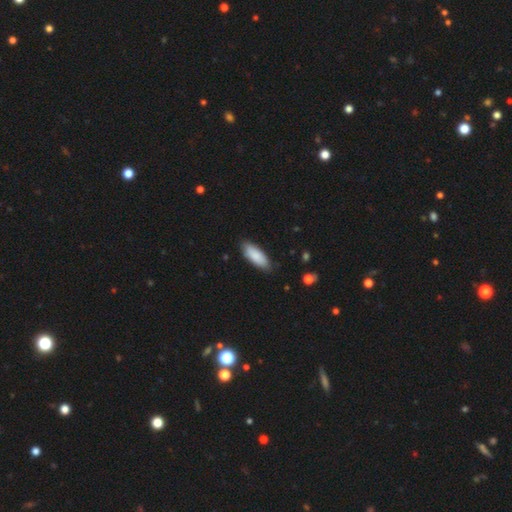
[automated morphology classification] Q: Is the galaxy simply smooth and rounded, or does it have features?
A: smooth — 87%.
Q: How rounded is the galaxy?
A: in between — 73%.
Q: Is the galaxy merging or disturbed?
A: none — 84%.